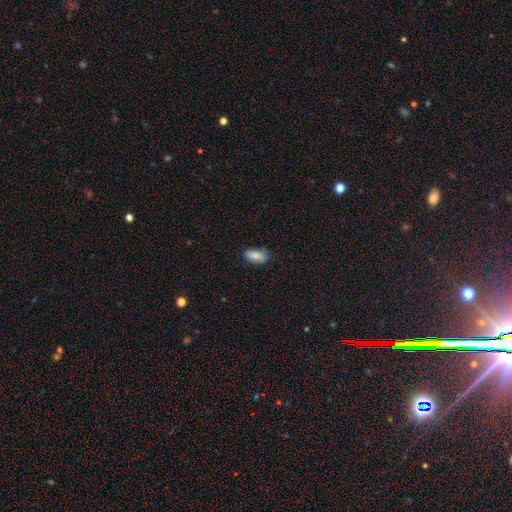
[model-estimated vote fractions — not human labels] A smooth galaxy with no disk features (80%) that is in between round and cigar-shaped (90%).

Vote fractions:
- Smooth or featured? smooth: 80% / featured or disk: 13% / star or artifact: 7%
- How rounded? in between: 90% / cigar-shaped: 7% / round: 4%
- Merging? none: 80% / minor disturbance: 16% / major disturbance: 3% / merger: 1%